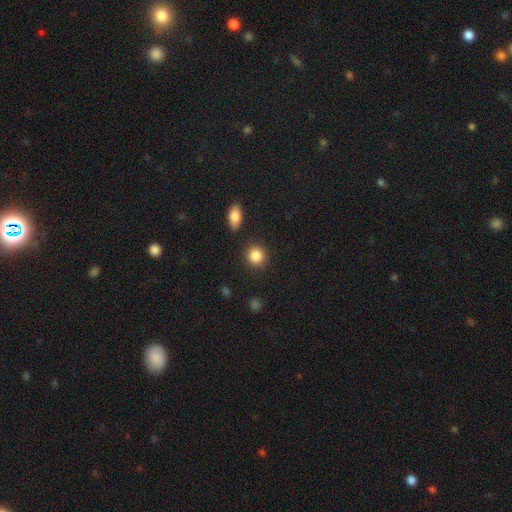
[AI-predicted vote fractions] This is clearly a smooth galaxy (87%). How rounded: clearly round (86%). Merging: clearly none (87%).